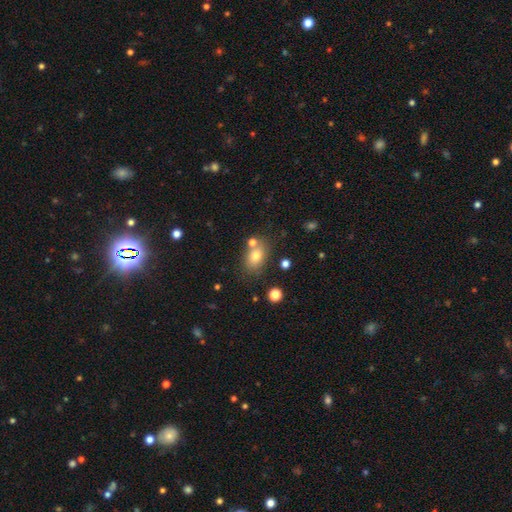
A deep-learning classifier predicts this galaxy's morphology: smooth-or-featured: smooth: 76% | featured or disk: 12% | star or artifact: 11%
  how-rounded: in between: 77% | round: 22% | cigar-shaped: 2%
  merging: none: 68% | merger: 14% | minor disturbance: 14% | major disturbance: 4%